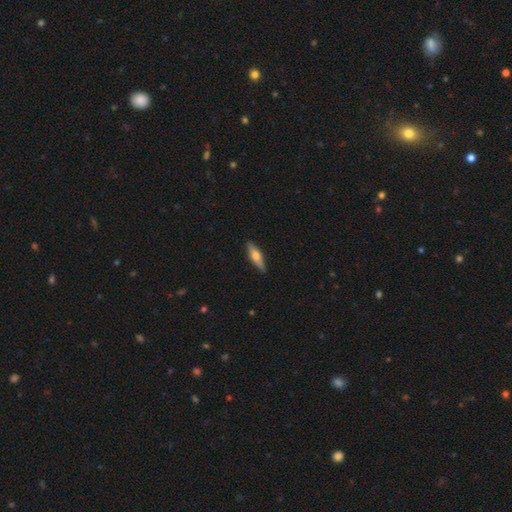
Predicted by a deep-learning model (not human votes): Smooth or featured?
  - smooth: 51% *
  - featured or disk: 43%
  - star or artifact: 6%
How rounded?
  - cigar-shaped: 64% *
  - in between: 34%
  - round: 2%
Merging?
  - none: 88% *
  - minor disturbance: 9%
  - major disturbance: 2%
  - merger: 1%